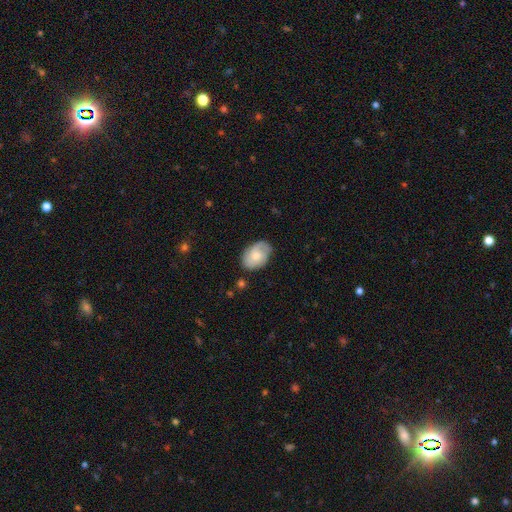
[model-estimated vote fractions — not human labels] The model was most divided on "smooth or featured": smooth: 49%, featured or disk: 44%, star or artifact: 7%. More confident: merging — none (71%).